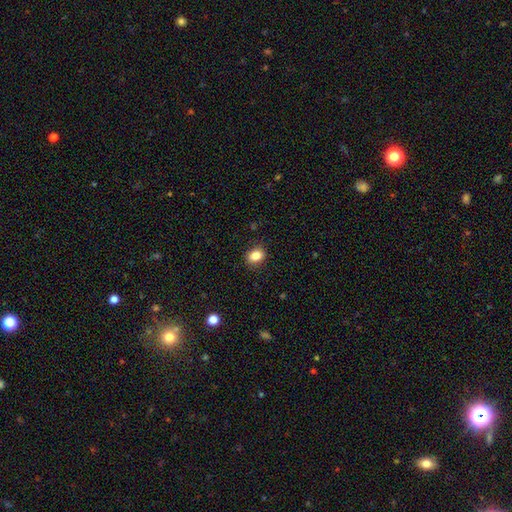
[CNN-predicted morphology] Overall: smooth (85%). How rounded: in between (62%; round 37%). Merging: none (87%).